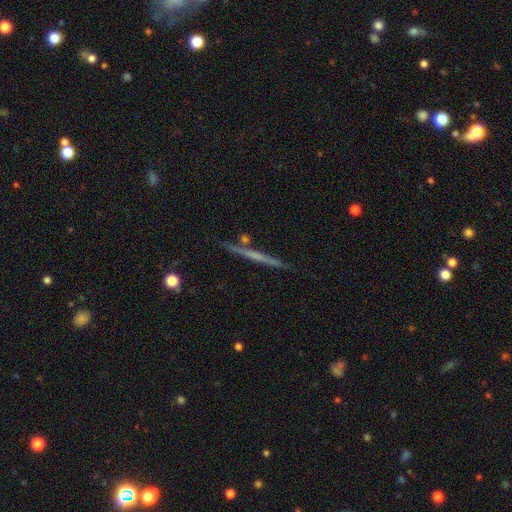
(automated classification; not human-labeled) Overall: featured or disk (65%; smooth 29%). Edge-on disk: yes (97%). Edge-on bulge: none (74%). Merging: none (87%).